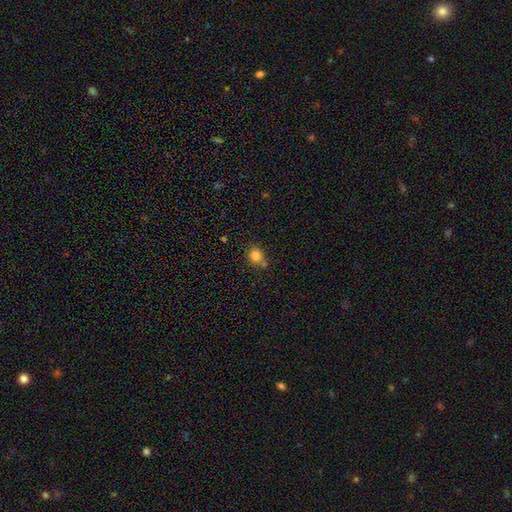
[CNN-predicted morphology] The model was most divided on "merging": none: 66%, merger: 18%, minor disturbance: 12%, major disturbance: 4%. More confident: smooth or featured — smooth (83%); how rounded — round (77%).